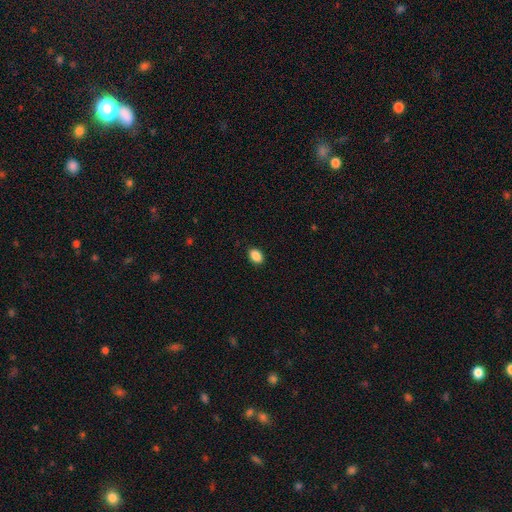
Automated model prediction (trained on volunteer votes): Smooth or featured: smooth — 89% (star or artifact — 8%)
How rounded: in between — 83% (round — 16%)
Merging: none — 89% (minor disturbance — 8%)